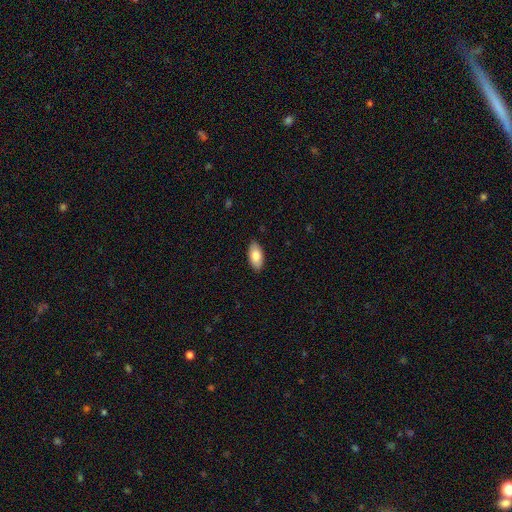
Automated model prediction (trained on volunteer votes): Smooth or featured? smooth (81%)
How rounded? in between (93%)
Merging? none (88%)